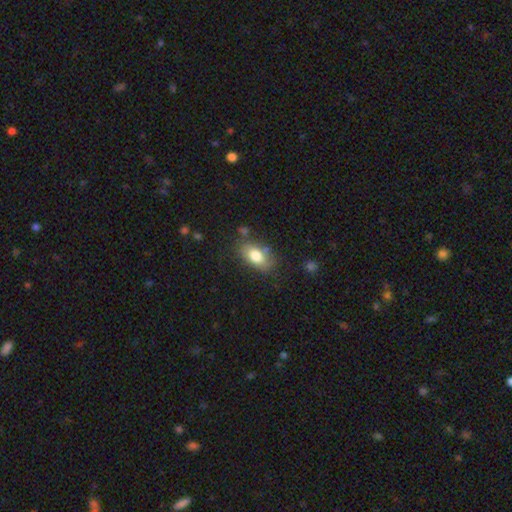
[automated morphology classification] Q: Smooth or featured?
A: smooth (79%); runner-up: featured or disk (14%)
Q: How rounded?
A: in between (90%); runner-up: round (7%)
Q: Merging?
A: none (73%); runner-up: minor disturbance (18%)